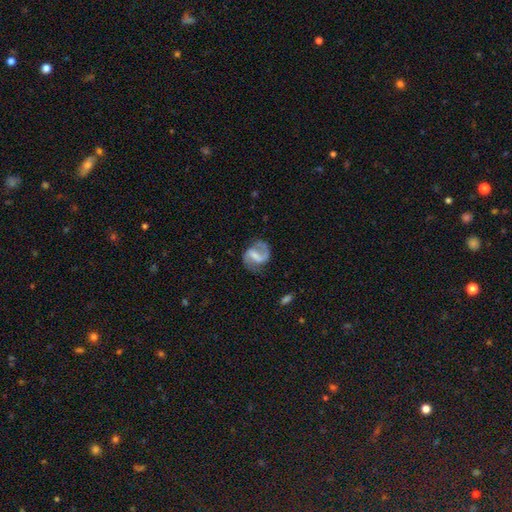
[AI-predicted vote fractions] Smooth or featured: featured or disk — 80% (smooth — 14%)
Edge-on disk: no — 98% (yes — 2%)
Bar: strong — 47% (weak — 40%)
Spiral arms: yes — 92% (no — 8%)
Spiral winding: medium — 45% (loose — 39%)
Spiral arm count: 2 — 85% (1 — 8%)
Bulge size: small — 38% (none — 32%)
Merging: none — 70% (minor disturbance — 18%)